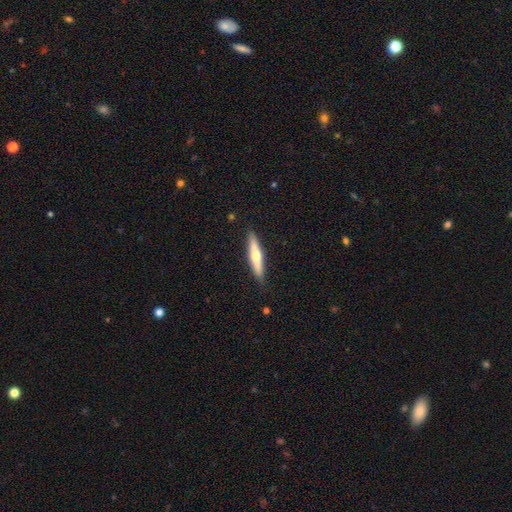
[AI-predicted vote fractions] featured or disk 50%, smooth 45%, star or artifact 5%. Down the decision tree: merging — none (88%).